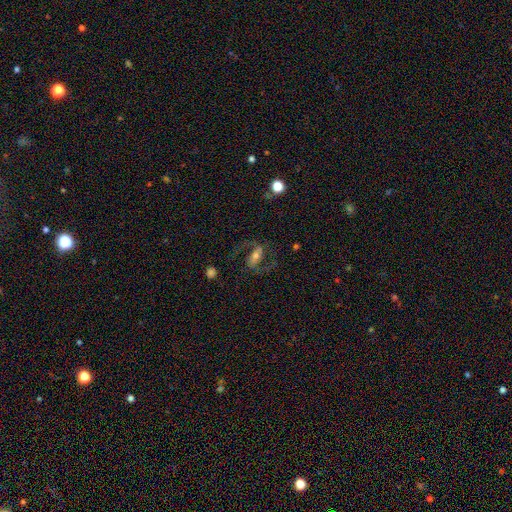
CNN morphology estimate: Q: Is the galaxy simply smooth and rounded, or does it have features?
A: featured or disk — 82%.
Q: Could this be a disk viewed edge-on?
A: no — 96%.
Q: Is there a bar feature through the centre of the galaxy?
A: strong — 46%.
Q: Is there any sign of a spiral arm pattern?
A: yes — 94%.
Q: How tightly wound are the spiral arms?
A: medium — 56%.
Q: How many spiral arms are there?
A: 2 — 93%.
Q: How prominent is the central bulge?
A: moderate — 55%.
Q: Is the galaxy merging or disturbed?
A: none — 75%.